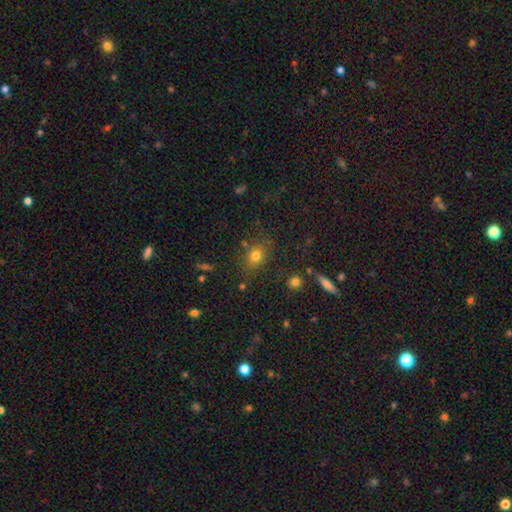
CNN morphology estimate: Q: Smooth or featured?
A: smooth (75%); runner-up: star or artifact (17%)
Q: How rounded?
A: round (53%); runner-up: in between (45%)
Q: Merging?
A: none (78%); runner-up: minor disturbance (13%)